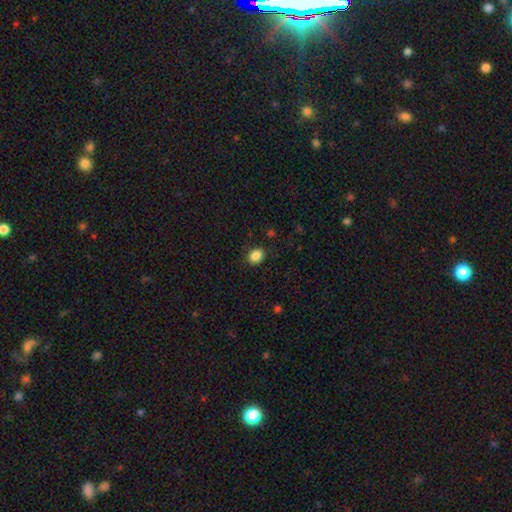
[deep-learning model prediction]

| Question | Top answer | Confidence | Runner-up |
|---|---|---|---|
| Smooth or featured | smooth | 86% | star or artifact (10%) |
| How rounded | round | 51% | in between (48%) |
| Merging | none | 86% | minor disturbance (10%) |